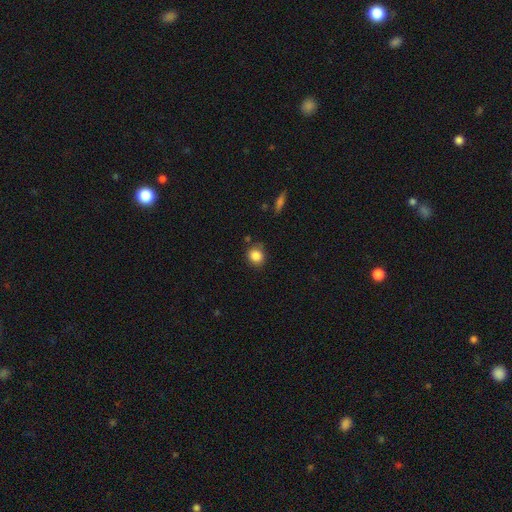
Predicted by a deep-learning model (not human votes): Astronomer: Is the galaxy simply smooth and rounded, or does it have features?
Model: smooth — 85%.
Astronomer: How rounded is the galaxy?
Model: round — 77%.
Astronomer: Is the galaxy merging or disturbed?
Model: none — 78%.